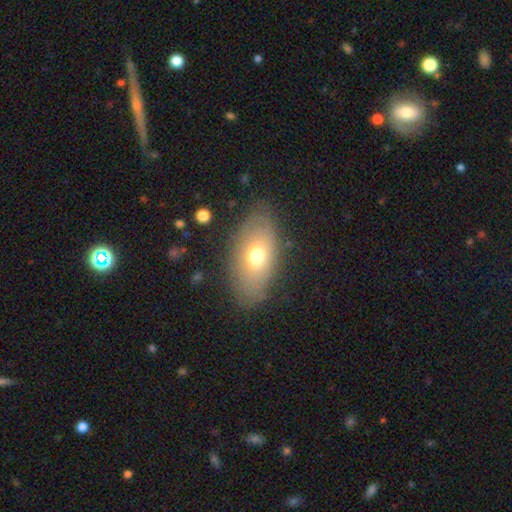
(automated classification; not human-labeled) Q: Smooth or featured?
A: smooth (62%); runner-up: featured or disk (29%)
Q: How rounded?
A: in between (89%); runner-up: round (9%)
Q: Merging?
A: none (78%); runner-up: minor disturbance (14%)